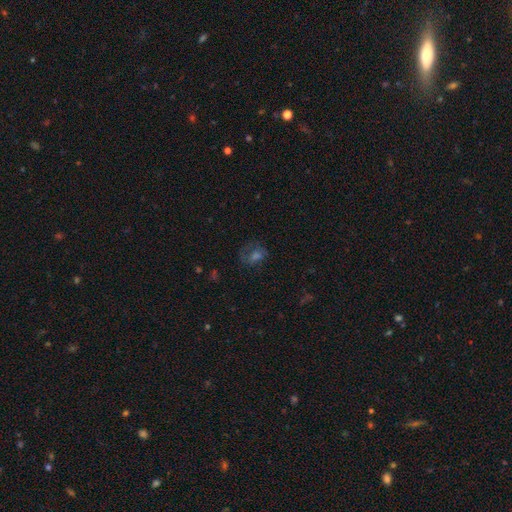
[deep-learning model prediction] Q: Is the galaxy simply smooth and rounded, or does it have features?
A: smooth — 41%.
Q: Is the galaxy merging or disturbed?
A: none — 59%.